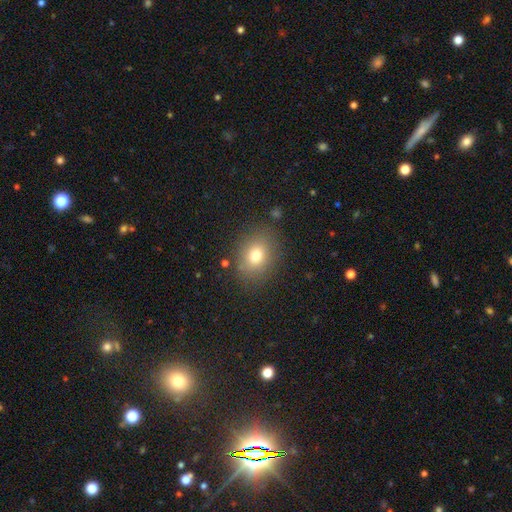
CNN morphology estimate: Smooth or featured? Predicted: smooth (p=0.76). How rounded? Predicted: in between (p=0.53). Merging? Predicted: none (p=0.83).